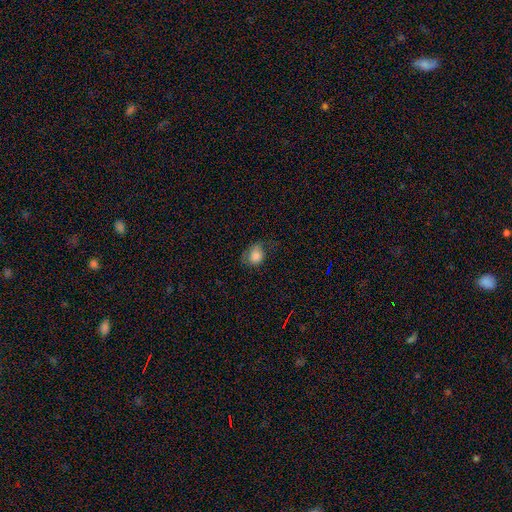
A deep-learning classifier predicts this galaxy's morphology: smooth-or-featured: smooth: 76% | featured or disk: 15% | star or artifact: 9%
  how-rounded: round: 51% | in between: 48% | cigar-shaped: 1%
  merging: none: 43% | minor disturbance: 31% | major disturbance: 23% | merger: 2%